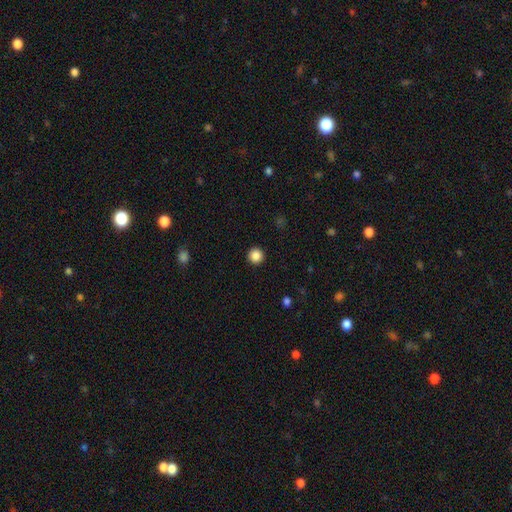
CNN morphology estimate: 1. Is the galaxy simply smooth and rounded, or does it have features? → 86% smooth, 11% star or artifact, 3% featured or disk.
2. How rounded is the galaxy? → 96% round, 3% in between, 1% cigar-shaped.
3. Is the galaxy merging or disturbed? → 93% none, 4% minor disturbance, 2% major disturbance, 1% merger.